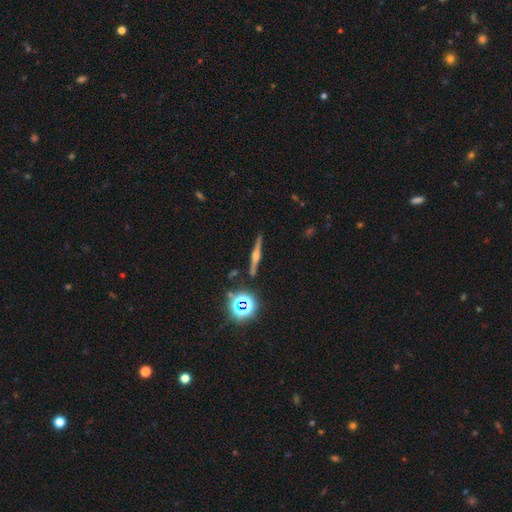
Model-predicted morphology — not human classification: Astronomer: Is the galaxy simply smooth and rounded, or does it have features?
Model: featured or disk — 69%.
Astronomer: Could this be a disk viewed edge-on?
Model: yes — 97%.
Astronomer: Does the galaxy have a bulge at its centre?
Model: rounded — 83%.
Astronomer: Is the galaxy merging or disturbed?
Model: none — 89%.